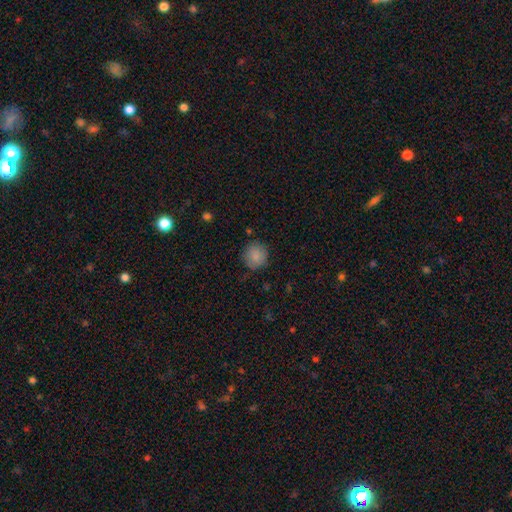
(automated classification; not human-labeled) A smooth galaxy with no disk features (86%) that is round (89%).

Vote fractions:
- Smooth or featured? smooth: 86% / star or artifact: 8% / featured or disk: 6%
- How rounded? round: 89% / in between: 10% / cigar-shaped: 1%
- Merging? none: 83% / minor disturbance: 13% / major disturbance: 3% / merger: 1%